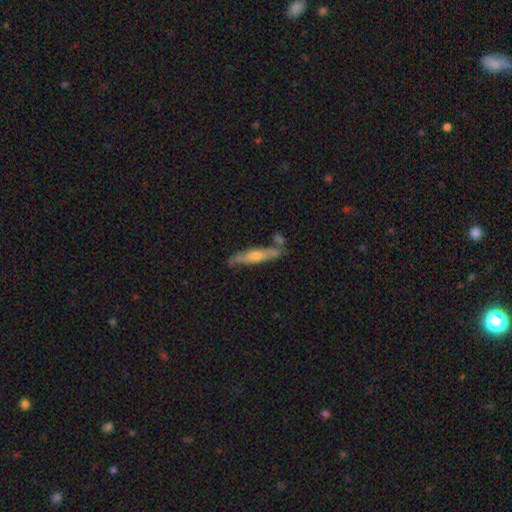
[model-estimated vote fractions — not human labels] Smooth or featured?
  - featured or disk: 57% *
  - smooth: 37%
  - star or artifact: 6%
Edge-on disk?
  - yes: 87% *
  - no: 13%
Merging?
  - none: 72% *
  - minor disturbance: 15%
  - merger: 9%
  - major disturbance: 4%